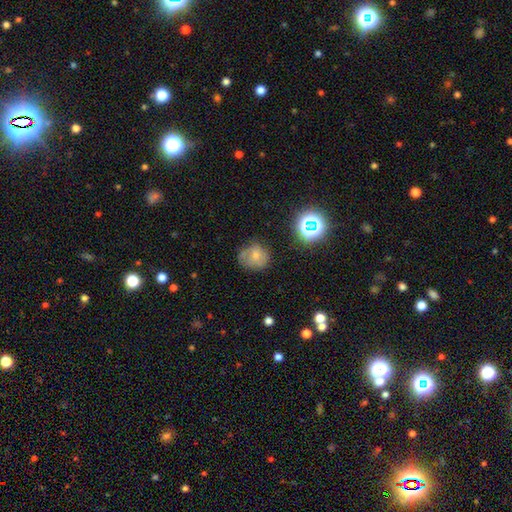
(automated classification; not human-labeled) Smooth or featured? Predicted: smooth (p=0.64). How rounded? Predicted: round (p=0.76). Merging? Predicted: none (p=0.57).